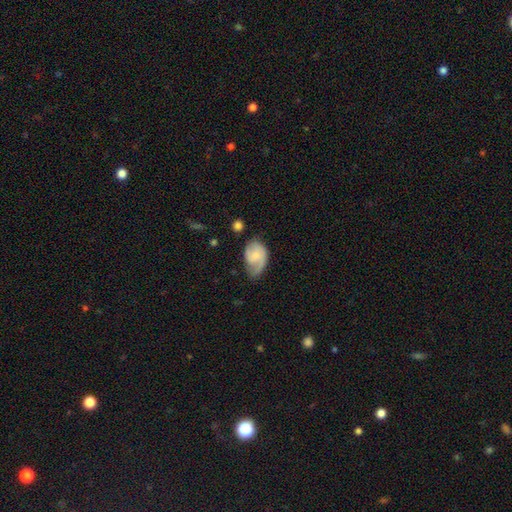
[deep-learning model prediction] This appears to be a featured or disk galaxy (52%). Merging: none (43%).